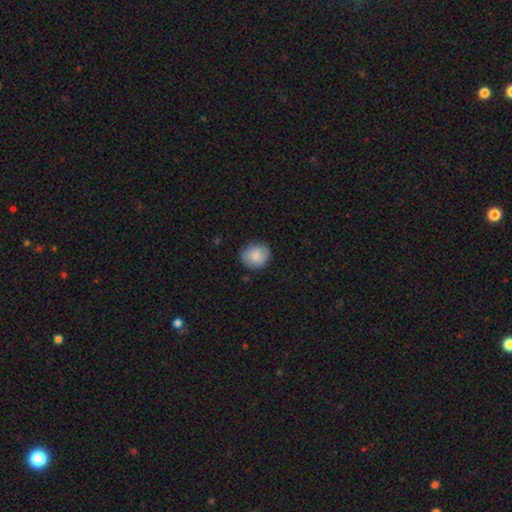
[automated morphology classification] Smooth or featured? smooth (83%)
How rounded? round (75%)
Merging? none (82%)